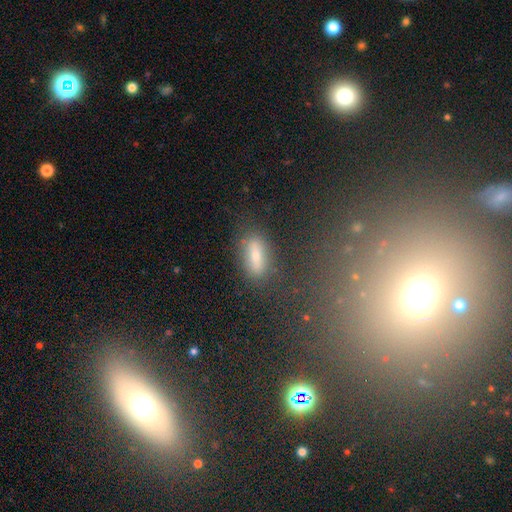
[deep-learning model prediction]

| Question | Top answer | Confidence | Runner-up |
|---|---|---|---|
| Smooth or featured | smooth | 57% | featured or disk (26%) |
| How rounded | in between | 59% | cigar-shaped (34%) |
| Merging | none | 80% | minor disturbance (12%) |